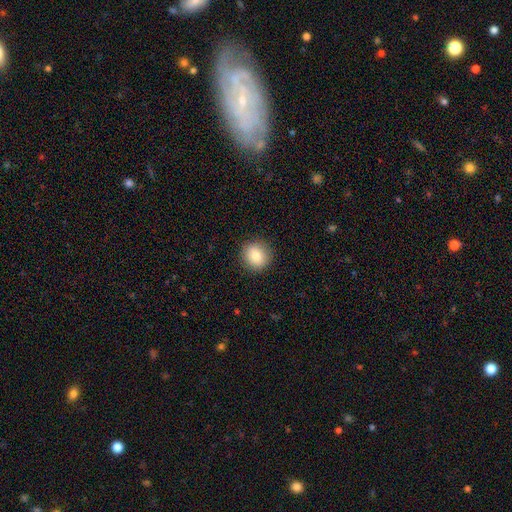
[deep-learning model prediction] The model was most divided on "smooth or featured": smooth: 81%, featured or disk: 10%, star or artifact: 9%. More confident: how rounded — round (90%); merging — none (90%).